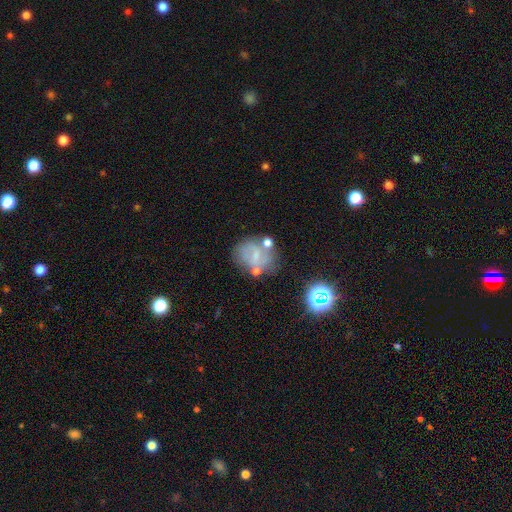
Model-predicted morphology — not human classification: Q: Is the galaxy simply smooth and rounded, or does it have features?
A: featured or disk — 45%.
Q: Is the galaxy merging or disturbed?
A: none — 49%.